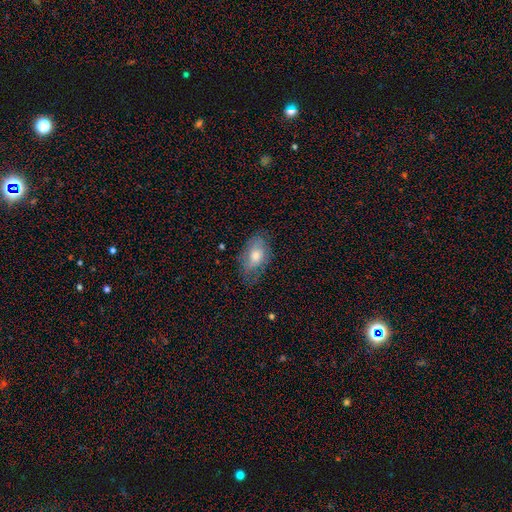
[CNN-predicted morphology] smooth_or_featured: smooth (p=0.60) [alt: featured or disk p=0.31]
how_rounded: in between (p=0.90) [alt: round p=0.06]
merging: none (p=0.65) [alt: minor disturbance p=0.25]